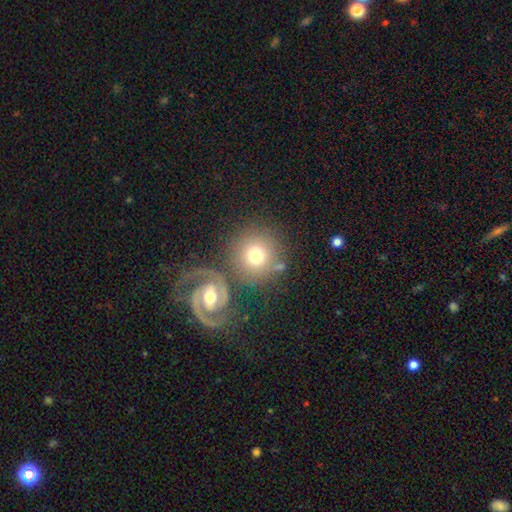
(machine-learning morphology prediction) type=smooth (62%); roundness=round (87%); merging=none (57%).